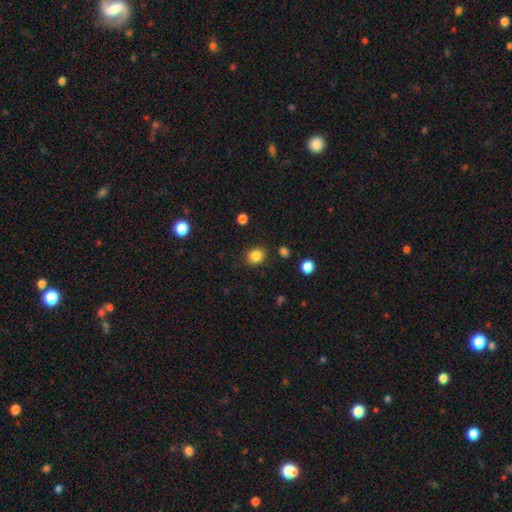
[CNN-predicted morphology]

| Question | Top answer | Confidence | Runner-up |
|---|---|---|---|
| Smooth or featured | smooth | 84% | star or artifact (11%) |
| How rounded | round | 65% | in between (34%) |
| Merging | none | 85% | minor disturbance (10%) |